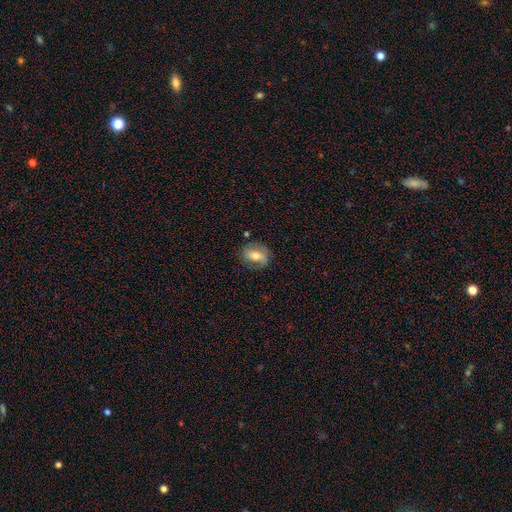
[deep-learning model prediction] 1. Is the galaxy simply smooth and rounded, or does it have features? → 59% smooth, 33% featured or disk, 8% star or artifact.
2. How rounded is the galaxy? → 62% in between, 35% round, 2% cigar-shaped.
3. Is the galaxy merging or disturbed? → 71% none, 20% minor disturbance, 7% major disturbance, 2% merger.